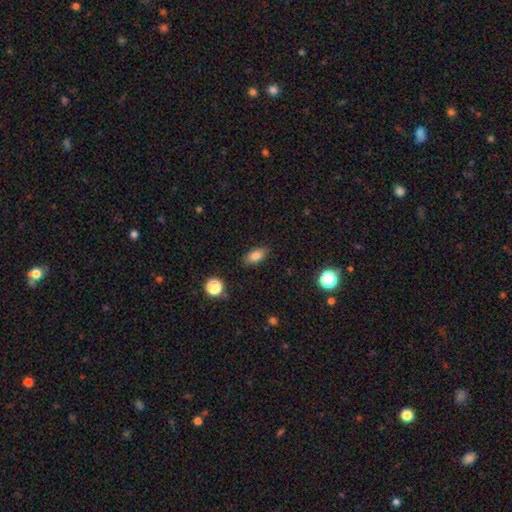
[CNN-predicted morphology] Smooth or featured?
  - smooth: 83% *
  - star or artifact: 10%
  - featured or disk: 7%
How rounded?
  - in between: 87% *
  - round: 7%
  - cigar-shaped: 6%
Merging?
  - none: 86% *
  - minor disturbance: 10%
  - major disturbance: 3%
  - merger: 1%